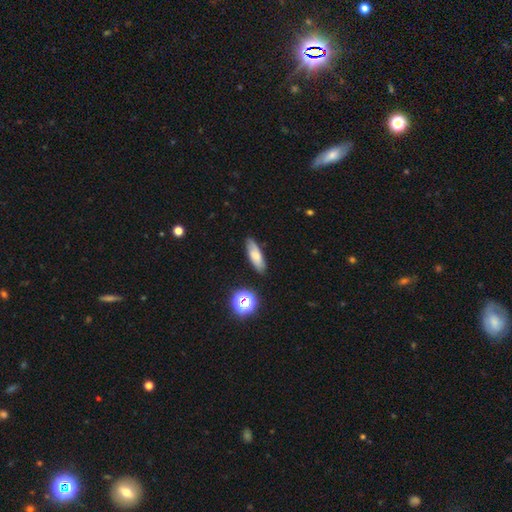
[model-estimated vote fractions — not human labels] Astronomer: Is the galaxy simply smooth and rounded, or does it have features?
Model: smooth — 70%.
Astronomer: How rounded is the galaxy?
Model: in between — 55% (runner-up: cigar-shaped, 41%).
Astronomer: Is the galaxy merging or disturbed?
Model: none — 82%.